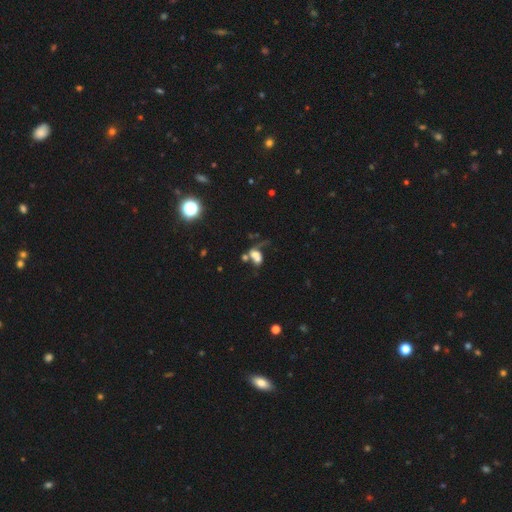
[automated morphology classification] Smooth or featured: smooth — 49% (featured or disk — 32%)
Merging: merger — 54% (major disturbance — 20%)